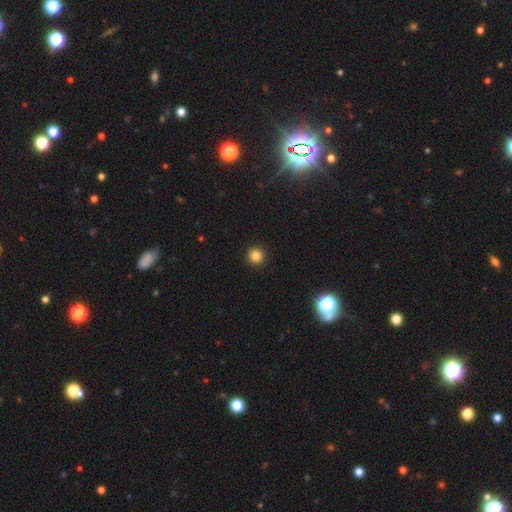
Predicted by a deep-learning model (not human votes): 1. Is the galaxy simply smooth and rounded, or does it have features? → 83% smooth, 12% star or artifact, 4% featured or disk.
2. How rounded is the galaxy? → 96% round, 3% in between, 1% cigar-shaped.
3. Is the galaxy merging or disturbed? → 94% none, 4% minor disturbance, 2% major disturbance, 1% merger.